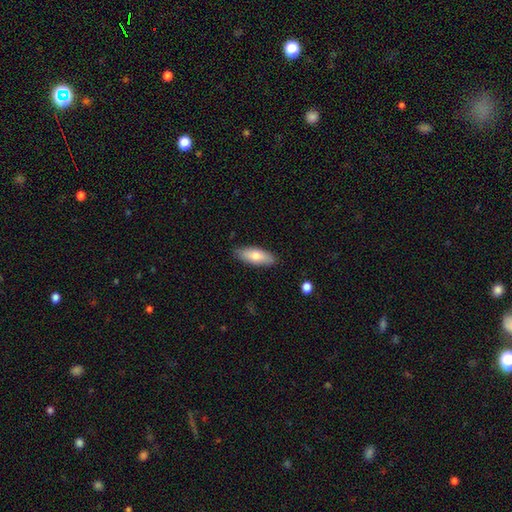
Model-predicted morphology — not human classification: The model was most divided on "how rounded": in between: 71%, cigar-shaped: 27%, round: 2%. More confident: merging — none (86%); smooth or featured — smooth (75%).